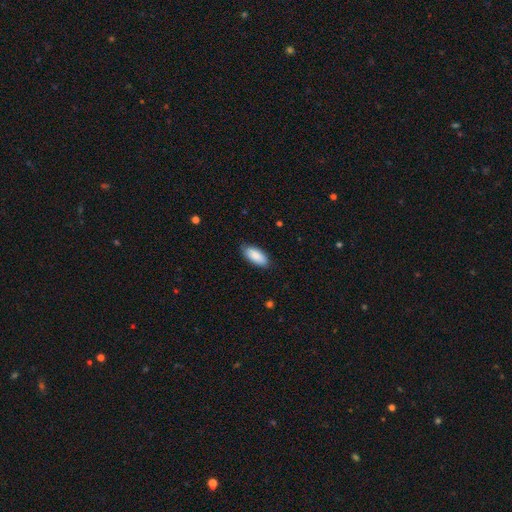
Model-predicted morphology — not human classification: This appears to be a smooth galaxy with no disk features (88%) that is in between round and cigar-shaped (88%). Merging: none (83%).